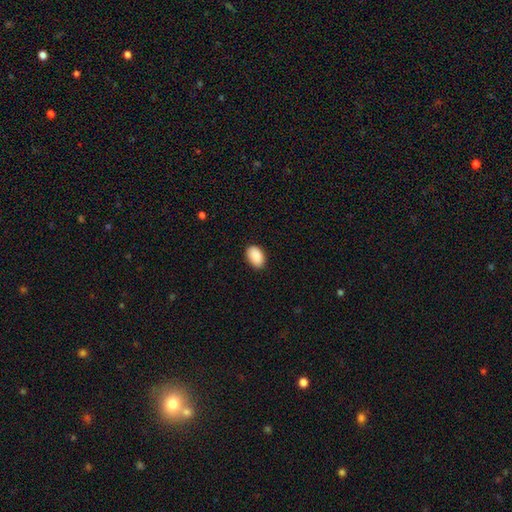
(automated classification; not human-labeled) smooth 90%, star or artifact 7%, featured or disk 3%. Down the decision tree: how rounded — in between (91%); merging — none (86%).